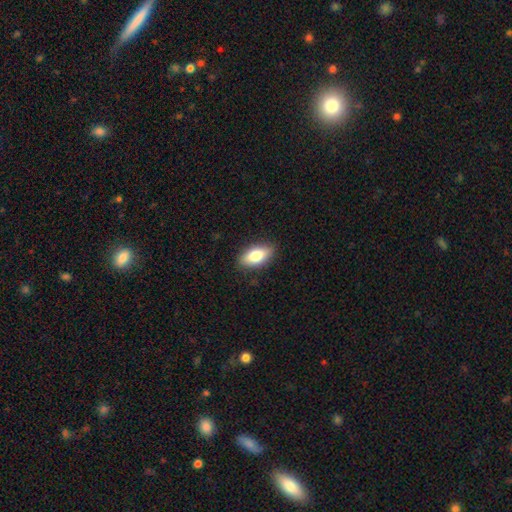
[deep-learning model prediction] Smooth or featured?
  - smooth: 78% *
  - featured or disk: 15%
  - star or artifact: 7%
How rounded?
  - in between: 87% *
  - cigar-shaped: 9%
  - round: 4%
Merging?
  - none: 87% *
  - minor disturbance: 10%
  - major disturbance: 2%
  - merger: 1%